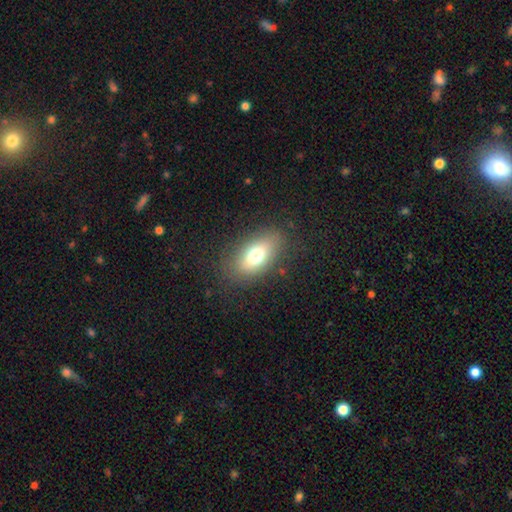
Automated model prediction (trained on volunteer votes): Morphology: type=smooth (71%); roundness=in between (86%); merging=none (81%).